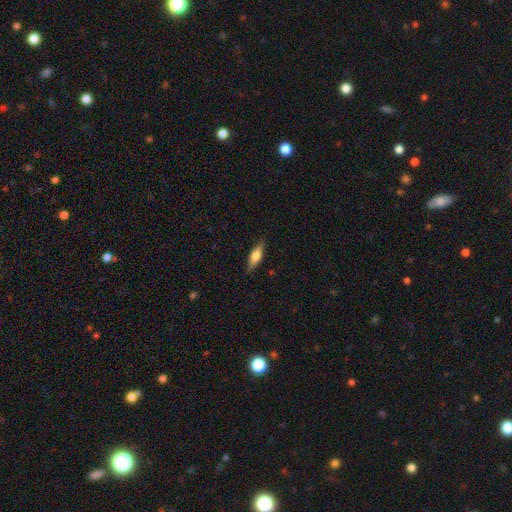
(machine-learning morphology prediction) A smooth galaxy with no disk features (51%) that is cigar-shaped (55%).

Vote fractions:
- Smooth or featured? smooth: 51% / featured or disk: 43% / star or artifact: 6%
- How rounded? cigar-shaped: 55% / in between: 42% / round: 3%
- Merging? none: 86% / minor disturbance: 11% / major disturbance: 2% / merger: 1%